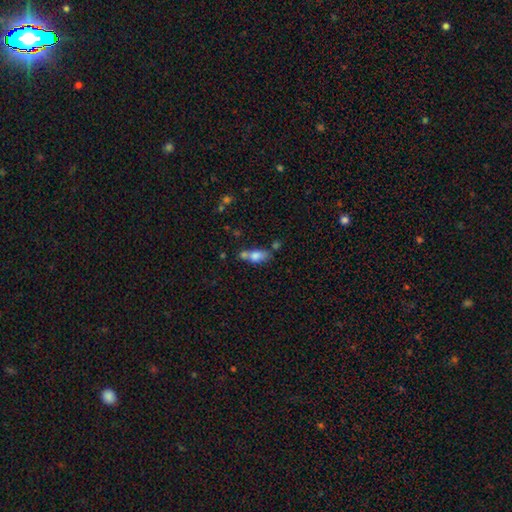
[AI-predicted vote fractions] Smooth or featured? smooth (73%)
How rounded? in between (78%)
Merging? merger (41%)